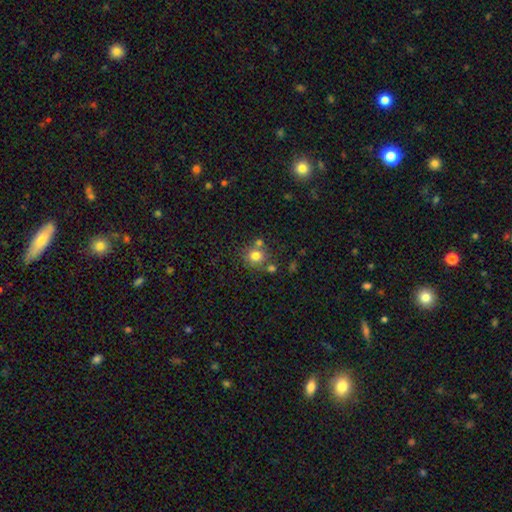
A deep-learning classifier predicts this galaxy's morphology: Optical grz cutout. It shows a smooth galaxy with no disk features (78%) that is round (87%). Merging: none (65%).